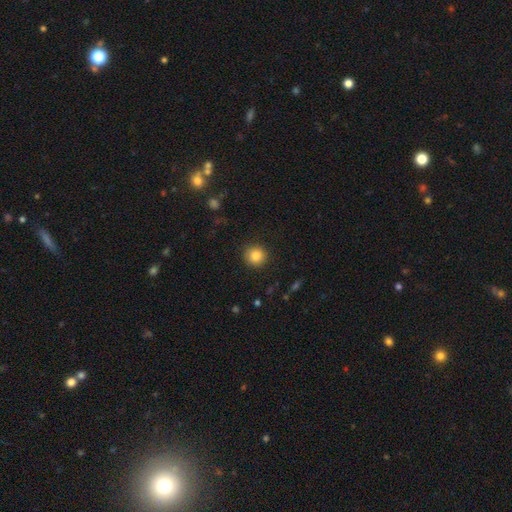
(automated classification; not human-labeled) Smooth or featured? smooth (84%)
How rounded? round (94%)
Merging? none (91%)